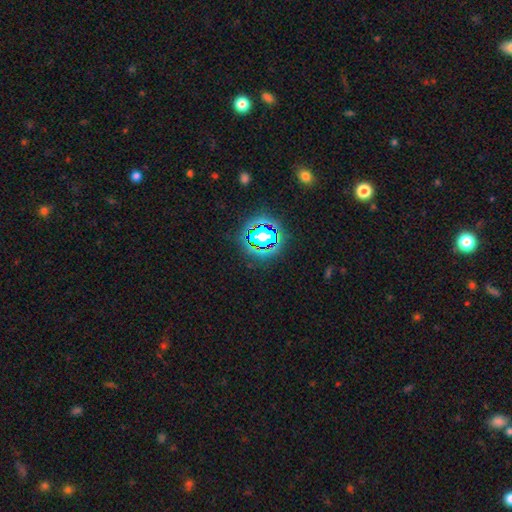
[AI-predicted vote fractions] Q: Smooth or featured?
A: star or artifact (79%); runner-up: smooth (14%)